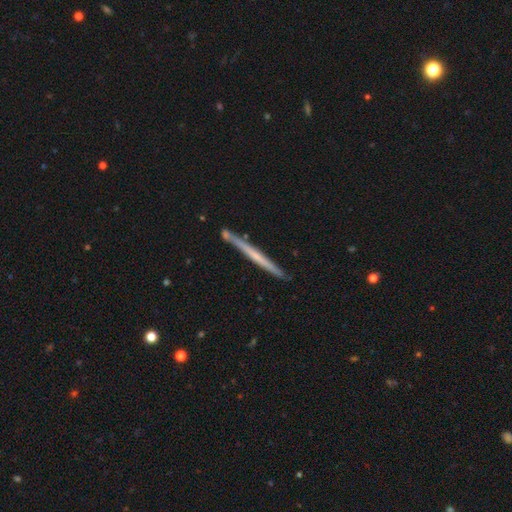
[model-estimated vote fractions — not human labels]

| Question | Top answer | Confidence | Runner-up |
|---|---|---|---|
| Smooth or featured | featured or disk | 60% | smooth (34%) |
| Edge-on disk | yes | 97% | no (3%) |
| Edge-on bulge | none | 75% | rounded (19%) |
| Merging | none | 85% | minor disturbance (9%) |